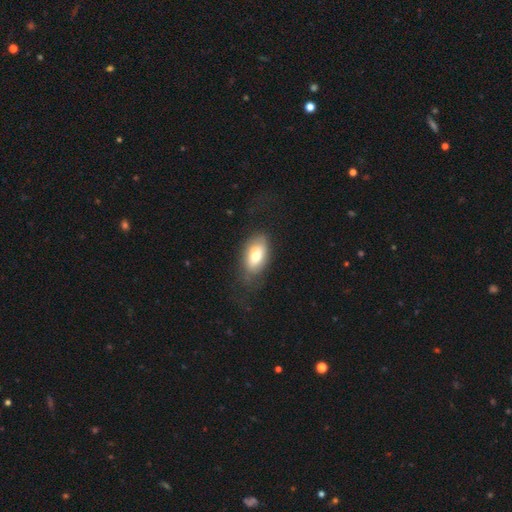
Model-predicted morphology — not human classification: smooth-or-featured: smooth: 72% | featured or disk: 21% | star or artifact: 7%
  how-rounded: in between: 92% | round: 5% | cigar-shaped: 3%
  merging: none: 65% | minor disturbance: 21% | major disturbance: 12% | merger: 1%